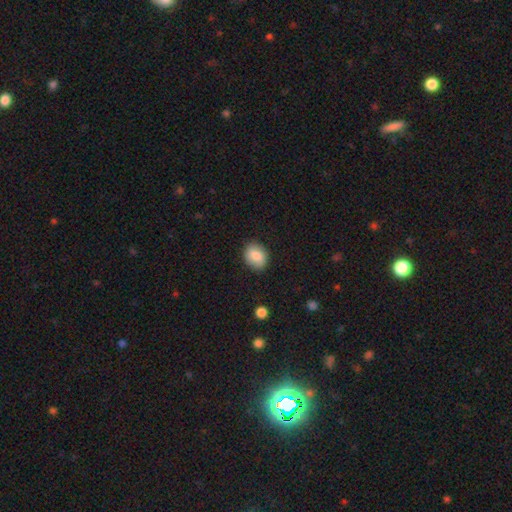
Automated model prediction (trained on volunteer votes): Smooth or featured?
  - smooth: 84% *
  - featured or disk: 8%
  - star or artifact: 8%
How rounded?
  - round: 52% *
  - in between: 47%
  - cigar-shaped: 1%
Merging?
  - none: 86% *
  - minor disturbance: 11%
  - major disturbance: 3%
  - merger: 1%